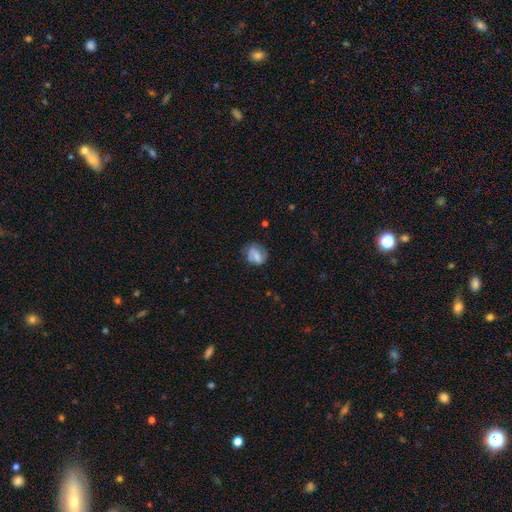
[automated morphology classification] Overall: featured or disk (49%; smooth 43%). Merging: none (64%).